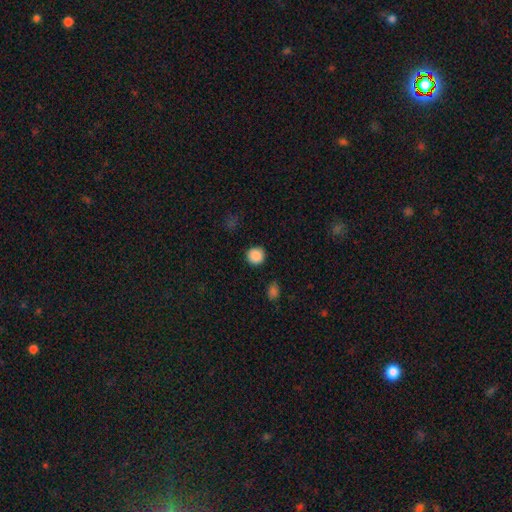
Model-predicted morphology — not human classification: Smooth or featured? Predicted: smooth (p=0.88). How rounded? Predicted: round (p=0.94). Merging? Predicted: none (p=0.91).